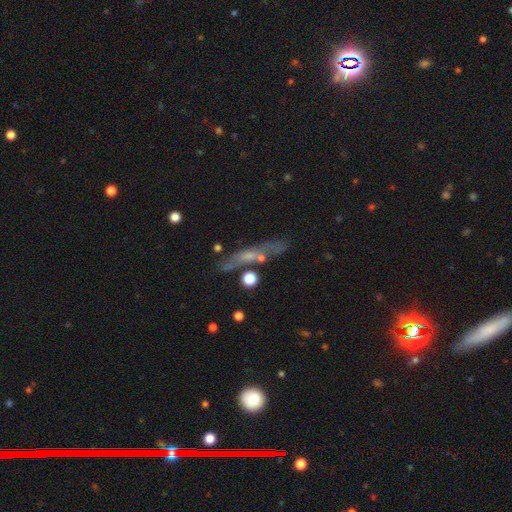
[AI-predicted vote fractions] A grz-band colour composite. It shows a featured or disk galaxy (49%). Merging: none (69%).